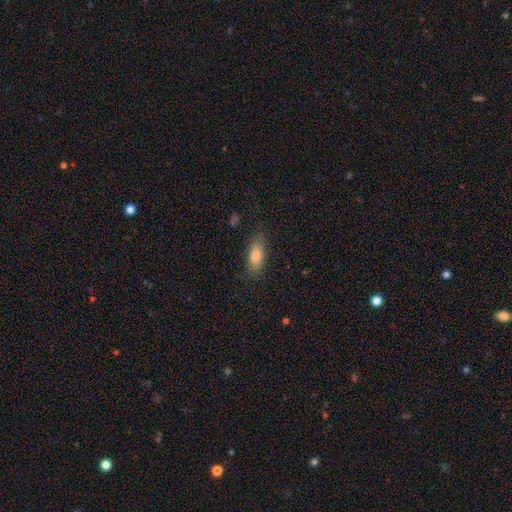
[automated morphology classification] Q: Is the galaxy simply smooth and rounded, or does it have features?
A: smooth — 77%.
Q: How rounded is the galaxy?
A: in between — 79%.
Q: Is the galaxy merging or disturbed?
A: none — 79%.